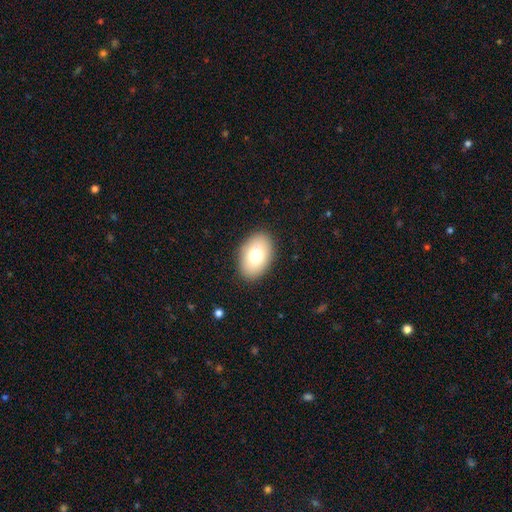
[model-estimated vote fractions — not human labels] This appears to be a smooth galaxy with no disk features (76%) that is in between round and cigar-shaped (87%). Merging: none (89%).